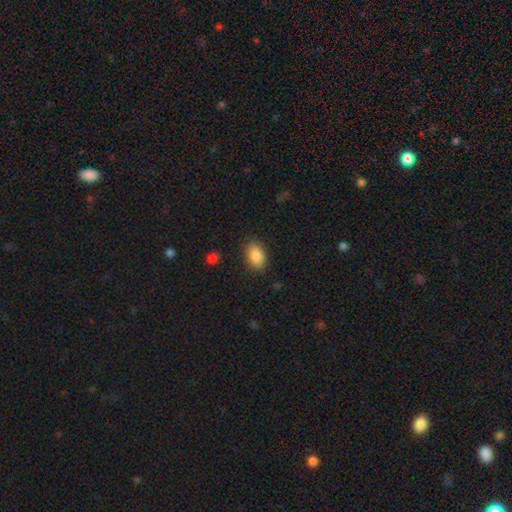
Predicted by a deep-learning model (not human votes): Q: Smooth or featured?
A: smooth (88%); runner-up: star or artifact (7%)
Q: How rounded?
A: in between (90%); runner-up: round (8%)
Q: Merging?
A: none (84%); runner-up: minor disturbance (12%)